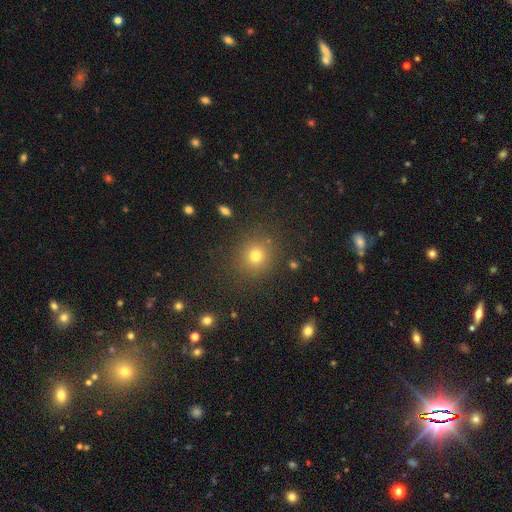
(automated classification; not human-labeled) Q: Smooth or featured?
A: smooth (75%); runner-up: star or artifact (18%)
Q: How rounded?
A: round (88%); runner-up: in between (11%)
Q: Merging?
A: none (86%); runner-up: minor disturbance (8%)